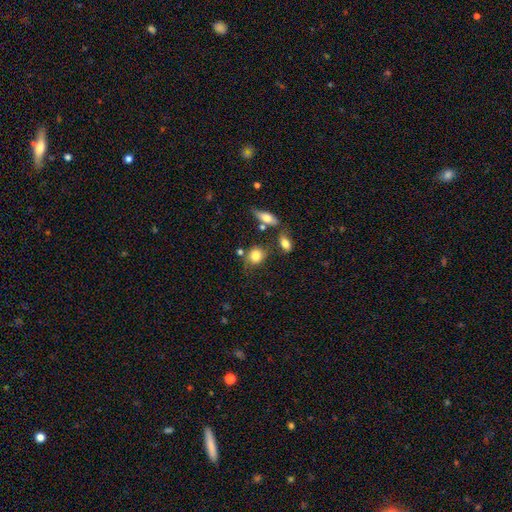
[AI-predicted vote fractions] smooth-or-featured: smooth: 80% | featured or disk: 11% | star or artifact: 9%
  how-rounded: round: 60% | in between: 38% | cigar-shaped: 2%
  merging: none: 56% | minor disturbance: 22% | merger: 14% | major disturbance: 9%